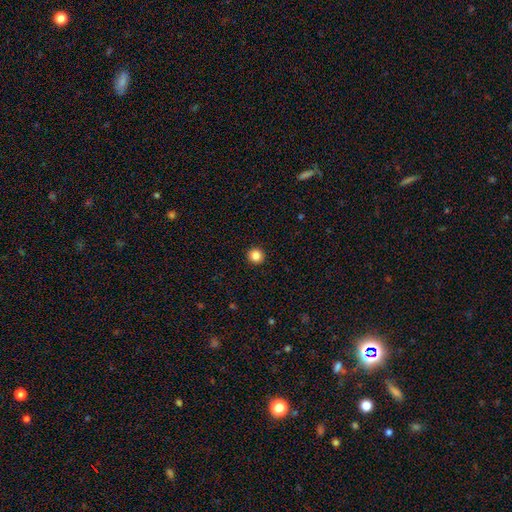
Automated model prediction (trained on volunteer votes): A smooth galaxy with no disk features (85%) that is round (94%). Merging: none (93%).